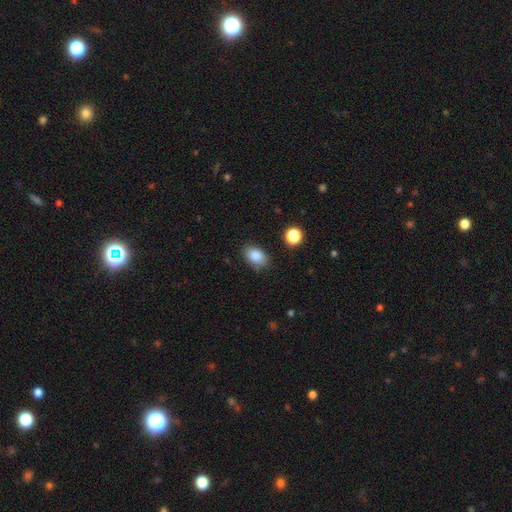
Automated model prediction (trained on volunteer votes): Smooth or featured: smooth — 86% (star or artifact — 9%)
How rounded: in between — 86% (round — 12%)
Merging: none — 82% (minor disturbance — 13%)